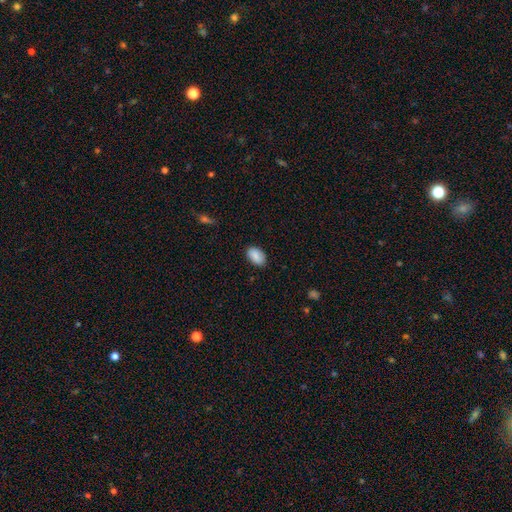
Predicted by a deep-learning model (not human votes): Smooth or featured? Predicted: smooth (p=0.87). How rounded? Predicted: in between (p=0.92). Merging? Predicted: none (p=0.85).